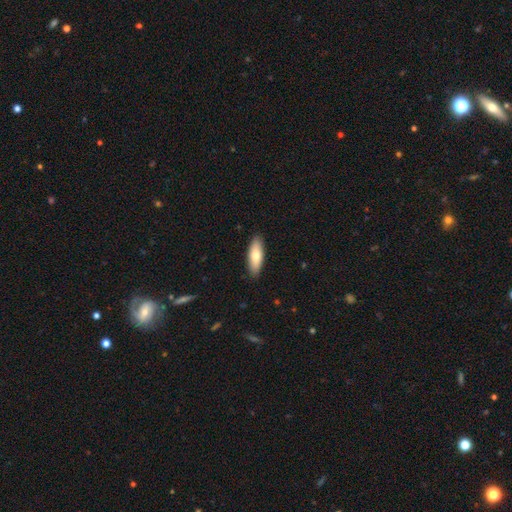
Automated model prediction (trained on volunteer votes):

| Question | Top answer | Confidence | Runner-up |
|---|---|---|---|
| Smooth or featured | smooth | 75% | featured or disk (20%) |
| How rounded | in between | 64% | cigar-shaped (34%) |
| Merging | none | 89% | minor disturbance (8%) |